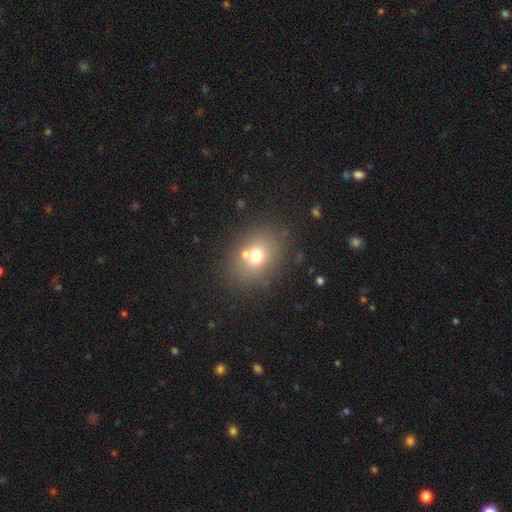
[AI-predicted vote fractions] smooth-or-featured: smooth: 68% | featured or disk: 18% | star or artifact: 15%
  how-rounded: round: 50% | in between: 49% | cigar-shaped: 1%
  merging: none: 67% | merger: 17% | minor disturbance: 11% | major disturbance: 5%